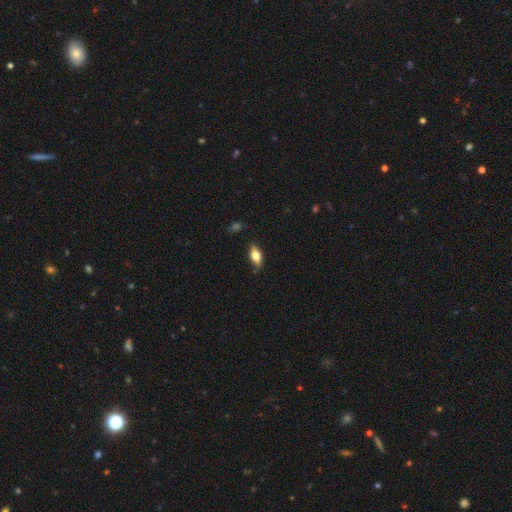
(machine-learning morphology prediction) The model was most divided on "smooth or featured": smooth: 69%, featured or disk: 23%, star or artifact: 7%. More confident: how rounded — in between (84%); merging — none (80%).